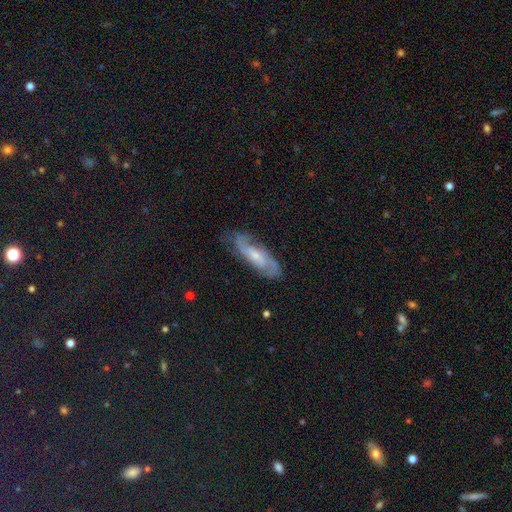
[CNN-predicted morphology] featured or disk 77%, smooth 17%, star or artifact 7%. Down the decision tree: edge-on disk — no (87%); bar — no (54%); spiral arms — yes (94%); spiral arm count — 2 (67%); spiral winding — medium (48%); bulge size — small (59%); merging — none (75%).